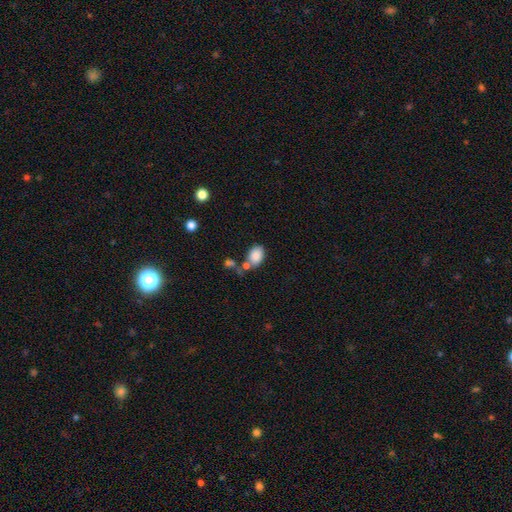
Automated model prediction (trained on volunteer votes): Morphology: type=smooth (85%); roundness=in between (82%); merging=none (53%).